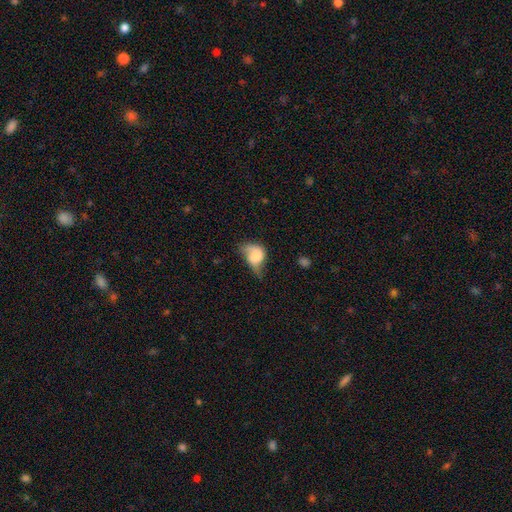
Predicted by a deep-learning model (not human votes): Smooth or featured?
  - smooth: 57% *
  - featured or disk: 34%
  - star or artifact: 9%
How rounded?
  - in between: 70% *
  - round: 28%
  - cigar-shaped: 2%
Merging?
  - major disturbance: 36% *
  - minor disturbance: 34%
  - none: 24%
  - merger: 6%